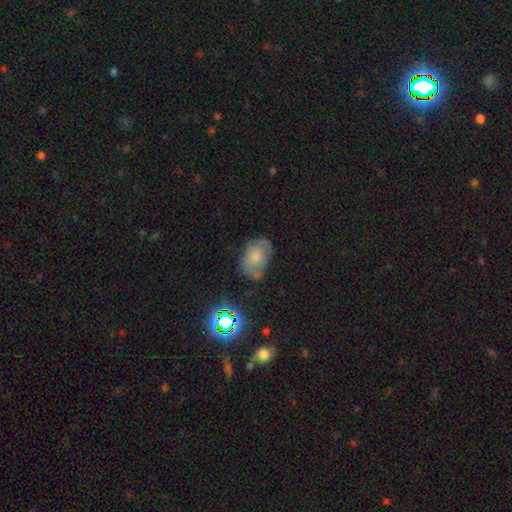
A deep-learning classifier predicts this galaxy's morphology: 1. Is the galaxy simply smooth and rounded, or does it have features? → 52% smooth, 32% featured or disk, 16% star or artifact.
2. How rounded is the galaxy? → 79% in between, 20% round, 1% cigar-shaped.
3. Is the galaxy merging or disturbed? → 61% none, 27% minor disturbance, 9% major disturbance, 3% merger.